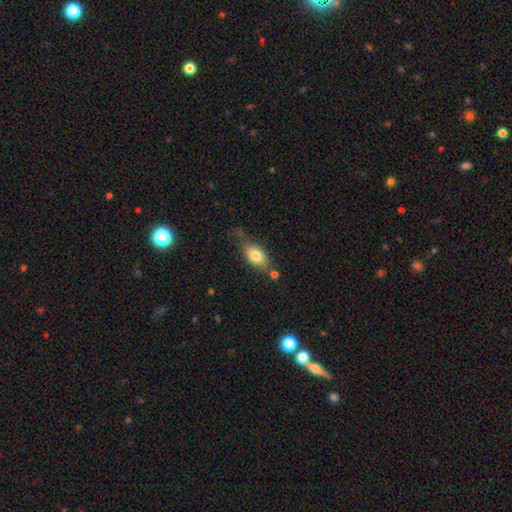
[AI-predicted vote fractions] A smooth galaxy with no disk features (78%) that is in between round and cigar-shaped (85%).

Vote fractions:
- Smooth or featured? smooth: 78% / featured or disk: 15% / star or artifact: 7%
- How rounded? in between: 85% / cigar-shaped: 8% / round: 7%
- Merging? none: 57% / minor disturbance: 24% / merger: 11% / major disturbance: 8%